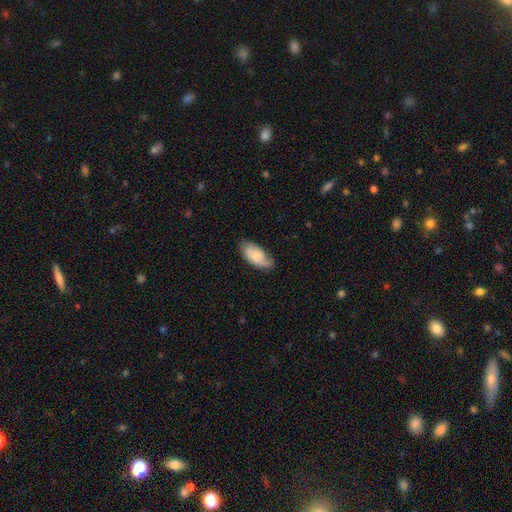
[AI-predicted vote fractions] Overall: smooth (67%; featured or disk 27%). How rounded: in between (92%). Merging: none (67%).